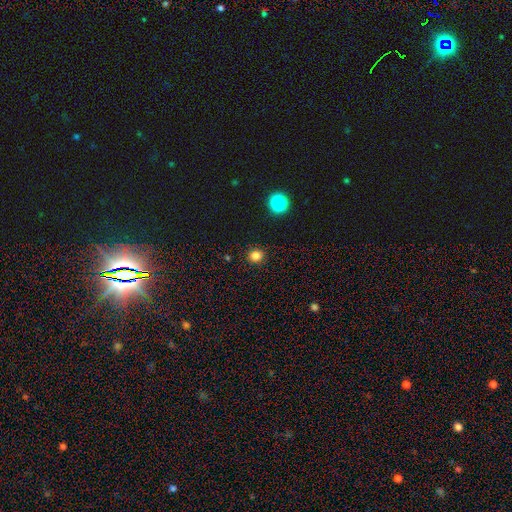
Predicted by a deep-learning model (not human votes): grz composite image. It shows a smooth galaxy with no disk features (82%) that is round (85%). Merging: none (91%).